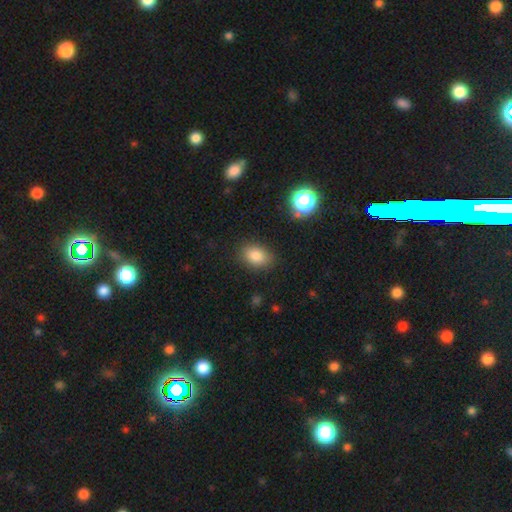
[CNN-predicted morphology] smooth 83%, star or artifact 10%, featured or disk 7%. Down the decision tree: how rounded — in between (79%); merging — none (83%).